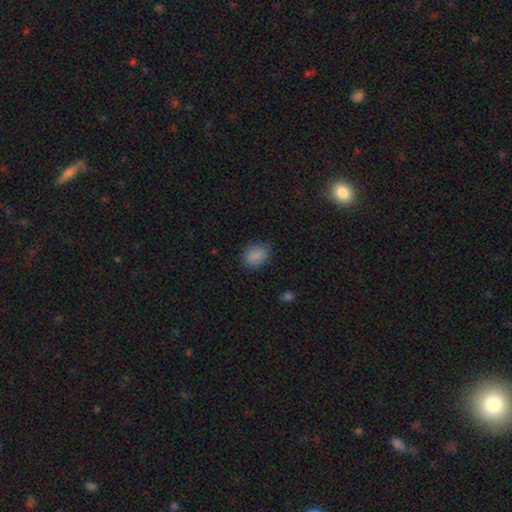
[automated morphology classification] Smooth or featured? smooth (87%)
How rounded? in between (65%)
Merging? none (80%)